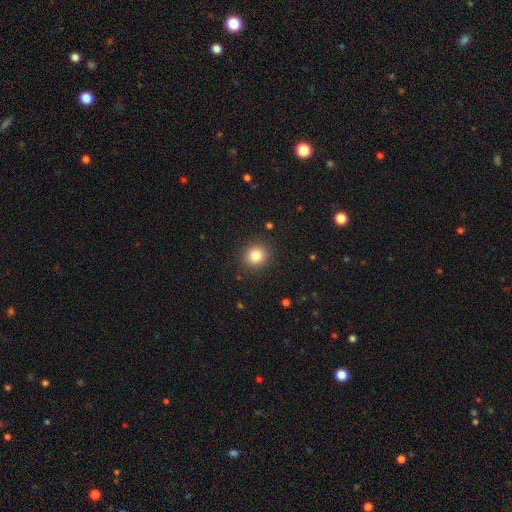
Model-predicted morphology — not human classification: This appears to be a smooth galaxy with no disk features (83%) that is round (87%). Merging: none (90%).